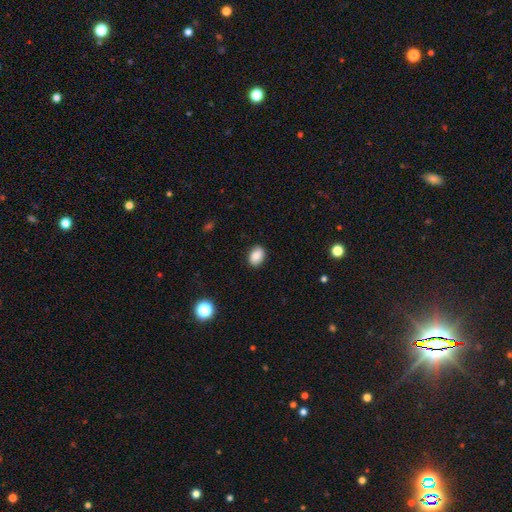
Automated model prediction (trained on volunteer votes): The model was most divided on "how rounded": in between: 79%, round: 20%, cigar-shaped: 1%. More confident: merging — none (88%); smooth or featured — smooth (85%).